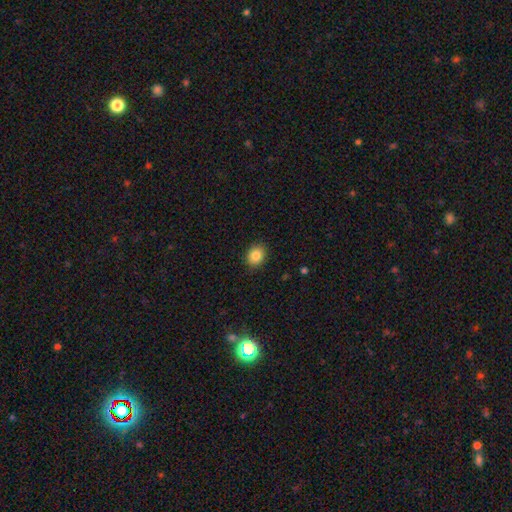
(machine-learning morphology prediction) type=smooth (84%); roundness=round (58%); merging=none (89%).